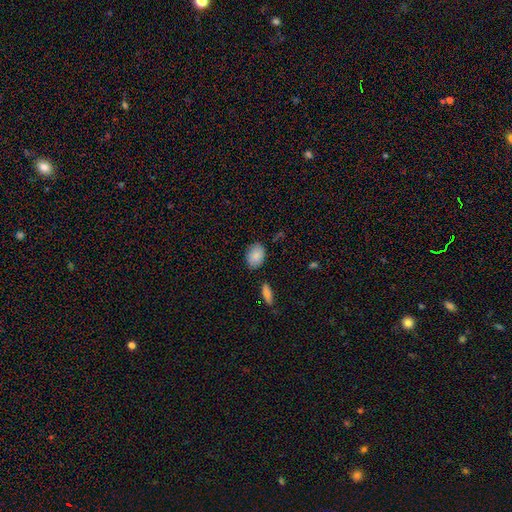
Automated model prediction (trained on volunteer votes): Morphology: type=smooth (87%); roundness=in between (76%); merging=none (80%).